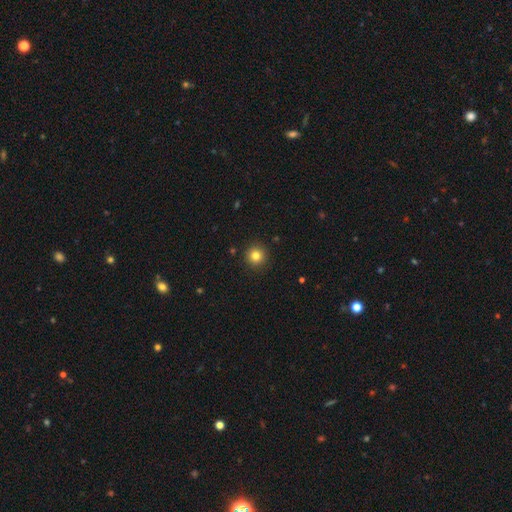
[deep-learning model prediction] smooth 81%, star or artifact 12%, featured or disk 6%. Down the decision tree: how rounded — round (95%); merging — none (92%).